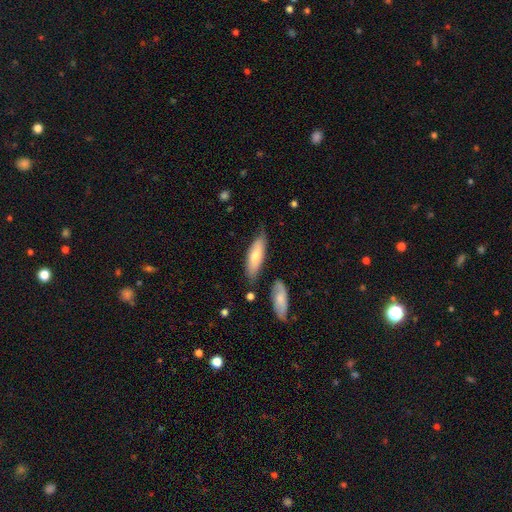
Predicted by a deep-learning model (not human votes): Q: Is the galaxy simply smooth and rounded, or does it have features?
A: smooth — 72%.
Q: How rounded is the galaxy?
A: in between — 50%.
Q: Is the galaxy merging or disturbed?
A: none — 73%.